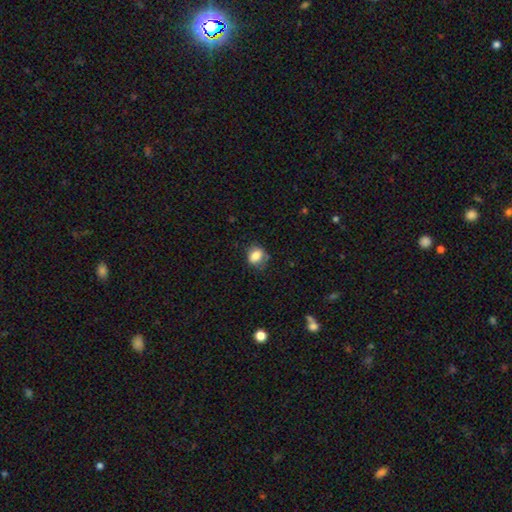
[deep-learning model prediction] The model was most divided on "how rounded": in between: 53%, round: 45%, cigar-shaped: 1%. More confident: smooth or featured — smooth (80%); merging — none (69%).